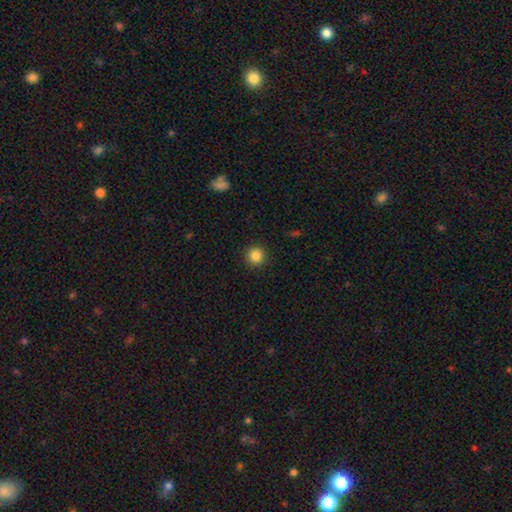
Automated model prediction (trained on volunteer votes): Q: Smooth or featured?
A: smooth (86%); runner-up: star or artifact (10%)
Q: How rounded?
A: round (94%); runner-up: in between (5%)
Q: Merging?
A: none (92%); runner-up: minor disturbance (5%)